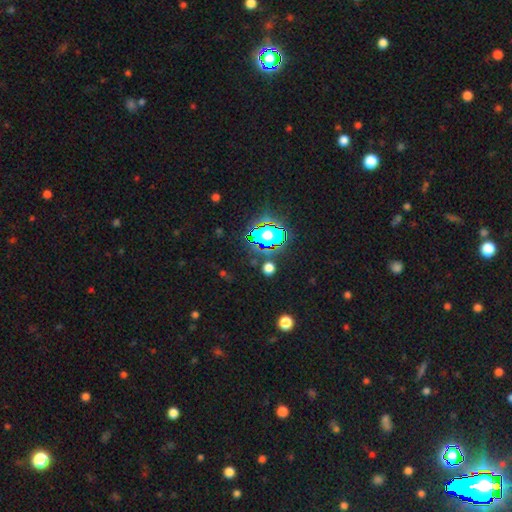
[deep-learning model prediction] star or artifact 80%, smooth 12%, featured or disk 8%.